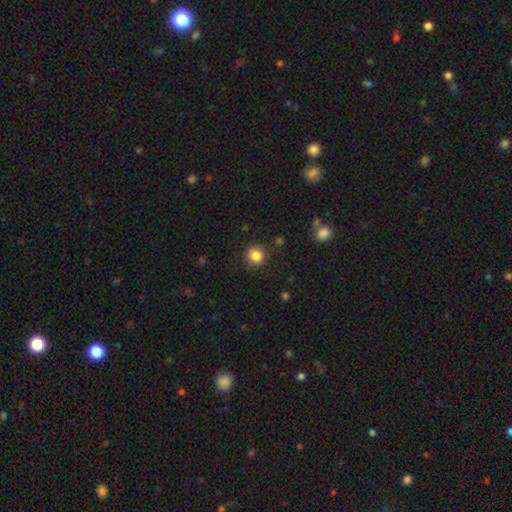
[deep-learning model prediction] Q: Smooth or featured?
A: smooth (85%); runner-up: star or artifact (11%)
Q: How rounded?
A: round (92%); runner-up: in between (7%)
Q: Merging?
A: none (88%); runner-up: minor disturbance (8%)